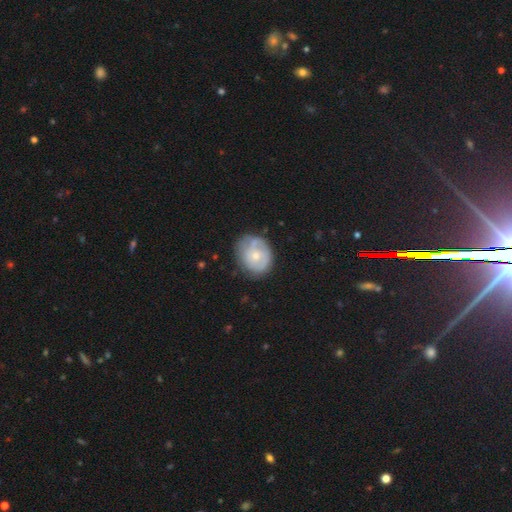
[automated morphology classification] A featured or disk galaxy (53%) with no bar (82%), spiral arms (59%) and a small central bulge (53%). Merging: none (60%).